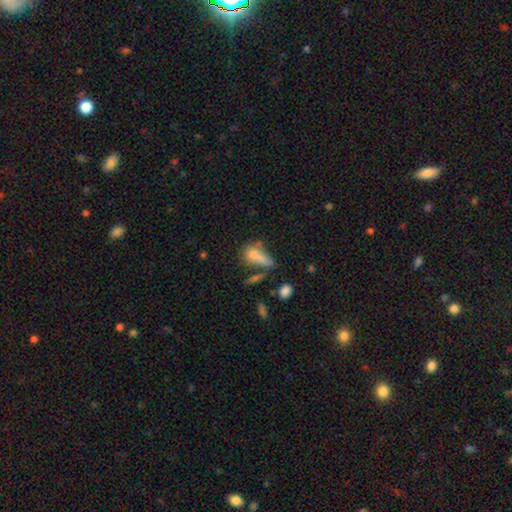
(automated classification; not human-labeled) Overall: smooth (73%). How rounded: in between (72%). Merging: none (32%; merger 29%).